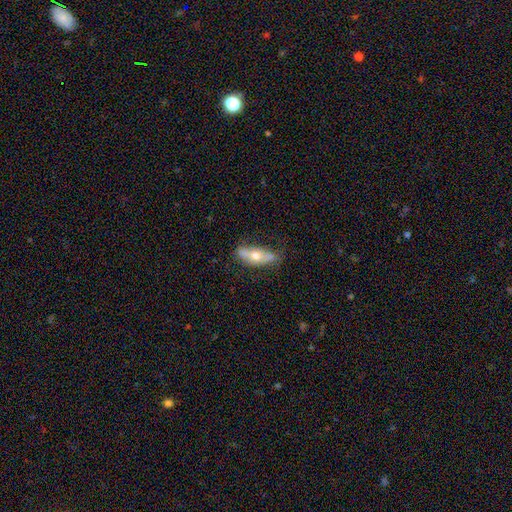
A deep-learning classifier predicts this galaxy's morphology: Overall: smooth (51%; featured or disk 42%). How rounded: in between (60%; cigar-shaped 37%). Merging: none (62%; minor disturbance 27%).